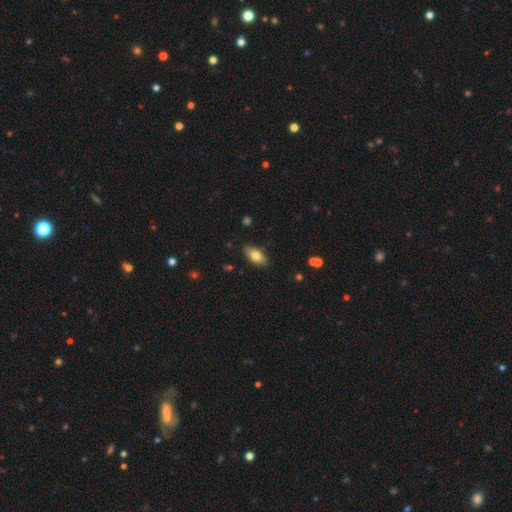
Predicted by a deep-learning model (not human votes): Overall: smooth (76%). How rounded: in between (89%). Merging: none (86%).